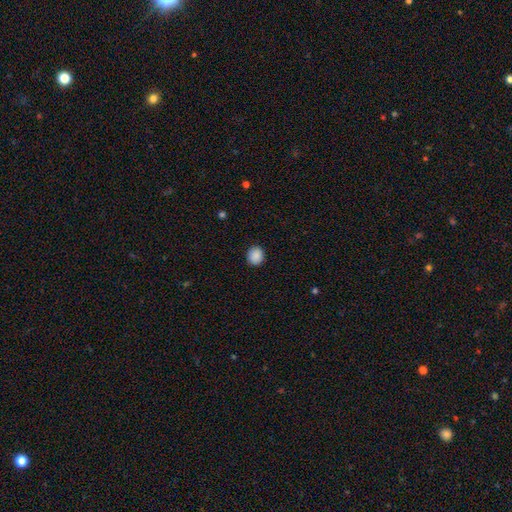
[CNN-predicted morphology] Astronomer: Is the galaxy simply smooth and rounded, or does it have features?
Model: smooth — 89%.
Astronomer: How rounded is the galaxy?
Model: round — 72%.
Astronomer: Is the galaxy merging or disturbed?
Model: none — 90%.